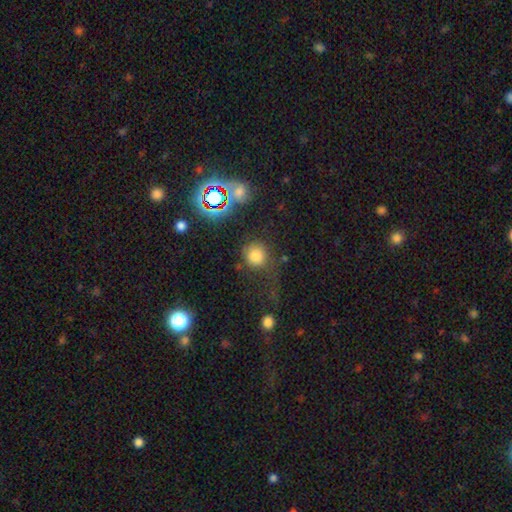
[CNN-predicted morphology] Smooth or featured? smooth (74%)
How rounded? round (88%)
Merging? none (61%)